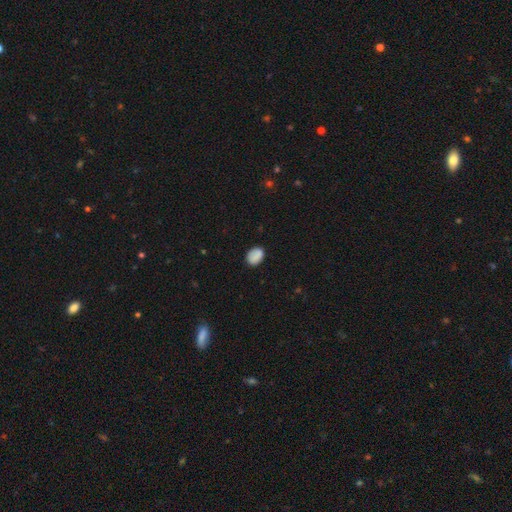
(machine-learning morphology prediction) smooth-or-featured: smooth: 86% | star or artifact: 9% | featured or disk: 6%
  how-rounded: in between: 72% | round: 27% | cigar-shaped: 1%
  merging: none: 82% | minor disturbance: 14% | major disturbance: 3% | merger: 1%